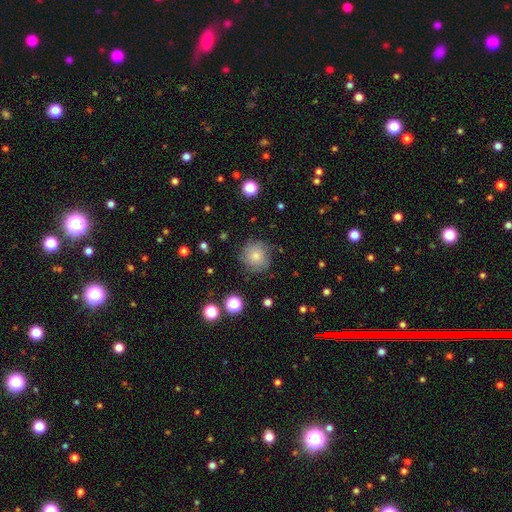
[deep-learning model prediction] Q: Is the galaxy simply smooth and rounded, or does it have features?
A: smooth — 70%.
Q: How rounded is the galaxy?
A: round — 92%.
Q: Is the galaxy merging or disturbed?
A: none — 77%.